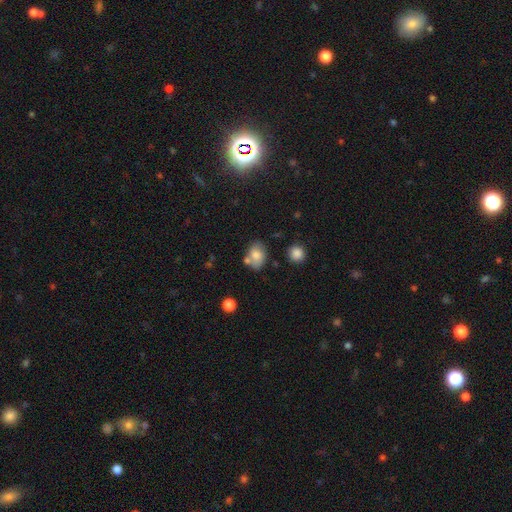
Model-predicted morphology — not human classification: Smooth or featured? smooth (73%)
How rounded? in between (74%)
Merging? none (58%)